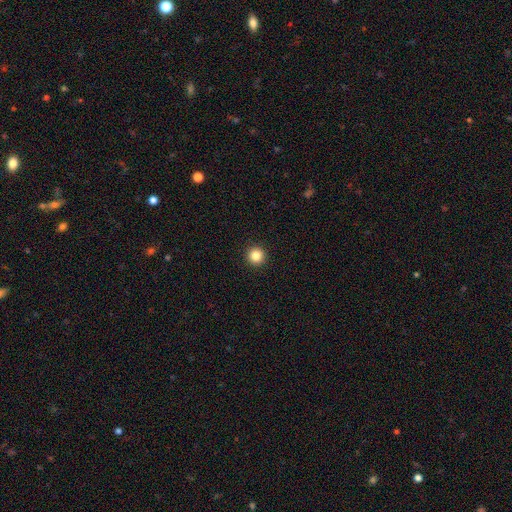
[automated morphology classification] A smooth galaxy with no disk features (84%) that is round (96%). Merging: none (94%).